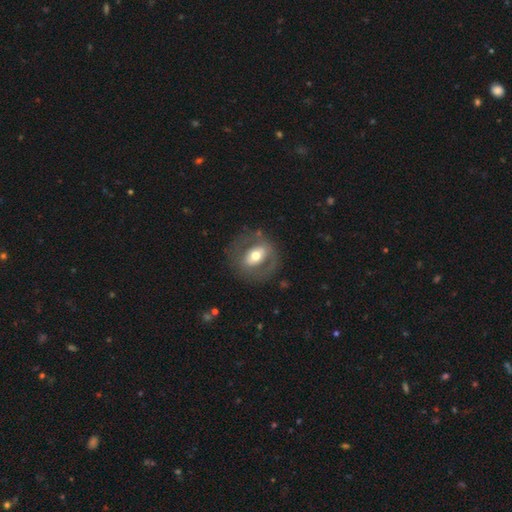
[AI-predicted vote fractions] Overall: featured or disk (54%; smooth 39%). Edge-on disk: no (91%). Merging: none (72%).